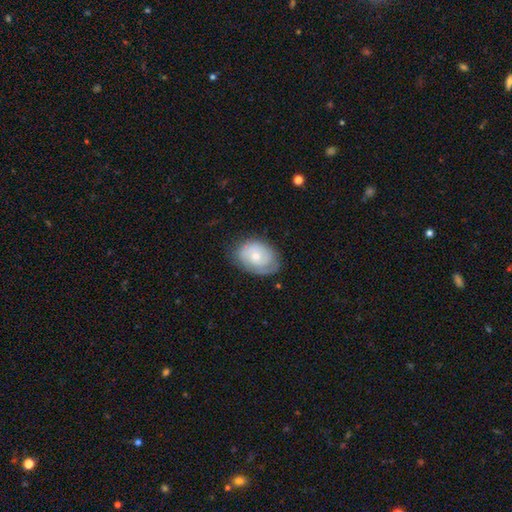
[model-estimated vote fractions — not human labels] A featured or disk galaxy (48%).

Vote fractions:
- Smooth or featured? featured or disk: 48% / smooth: 46% / star or artifact: 6%
- Merging? none: 67% / minor disturbance: 24% / major disturbance: 8% / merger: 1%